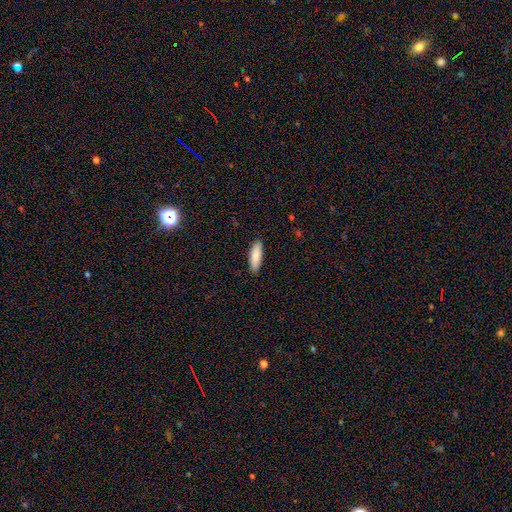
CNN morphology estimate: Smooth or featured? smooth (86%)
How rounded? cigar-shaped (49%, tied with in between)
Merging? none (89%)